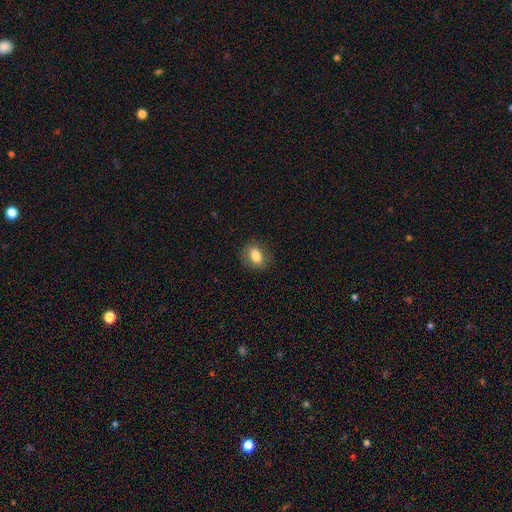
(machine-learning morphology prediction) smooth_or_featured: smooth (p=0.79) [alt: featured or disk p=0.13]
how_rounded: in between (p=0.67) [alt: round p=0.32]
merging: none (p=0.83) [alt: minor disturbance p=0.12]